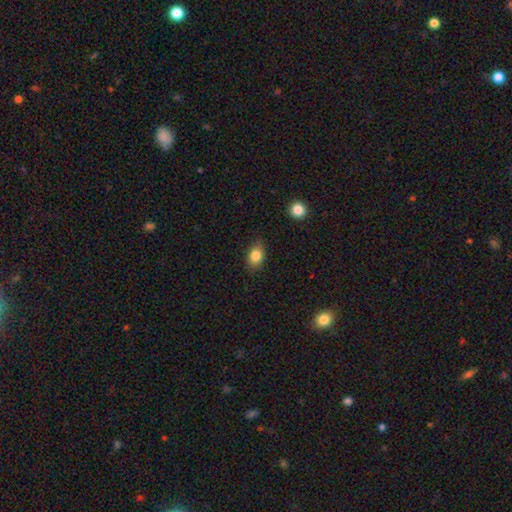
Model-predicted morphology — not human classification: Smooth or featured: smooth — 83% (star or artifact — 9%)
How rounded: in between — 74% (round — 24%)
Merging: none — 81% (minor disturbance — 15%)